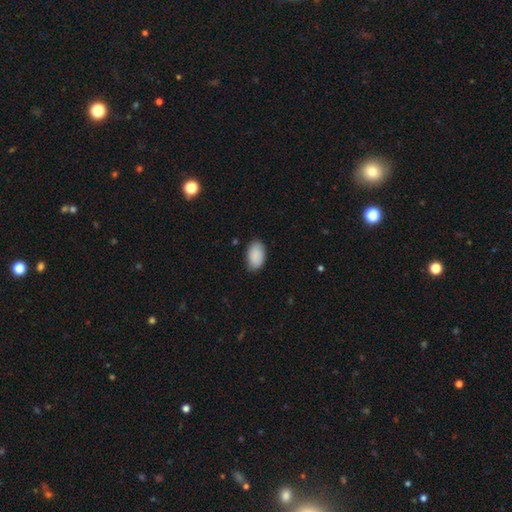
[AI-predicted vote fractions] Overall: smooth (89%). How rounded: in between (94%). Merging: none (81%).